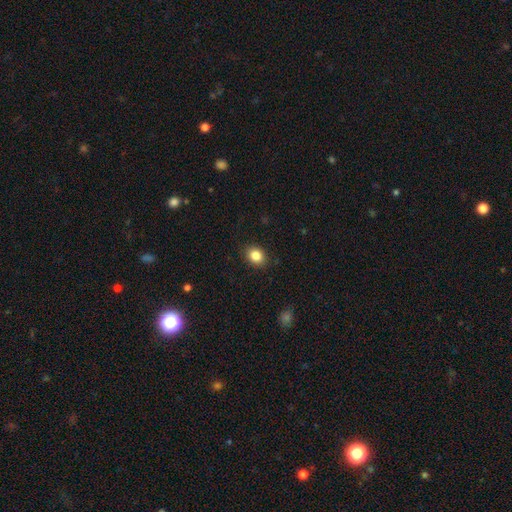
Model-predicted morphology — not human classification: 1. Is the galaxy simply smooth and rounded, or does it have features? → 85% smooth, 10% star or artifact, 5% featured or disk.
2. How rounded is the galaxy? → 51% round, 48% in between, 1% cigar-shaped.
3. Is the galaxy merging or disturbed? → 89% none, 8% minor disturbance, 2% major disturbance, 1% merger.